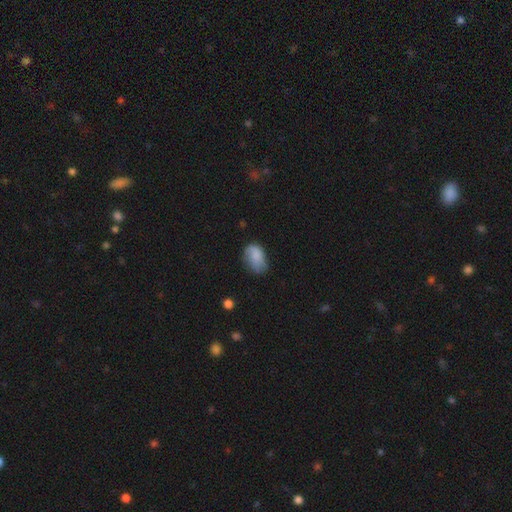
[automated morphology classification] This is likely a smooth galaxy (74%). How rounded: clearly in between (85%). Merging: possibly none (51%).